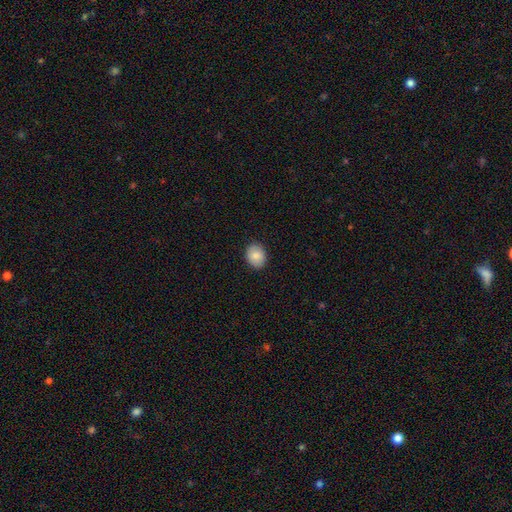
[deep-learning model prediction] smooth 86%, star or artifact 7%, featured or disk 7%. Down the decision tree: how rounded — in between (54%); merging — none (89%).